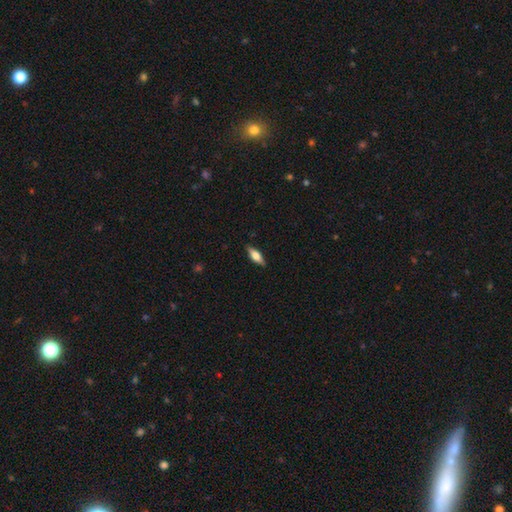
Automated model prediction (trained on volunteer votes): Q: Smooth or featured?
A: smooth (53%); runner-up: featured or disk (40%)
Q: How rounded?
A: in between (58%); runner-up: cigar-shaped (39%)
Q: Merging?
A: none (88%); runner-up: minor disturbance (10%)